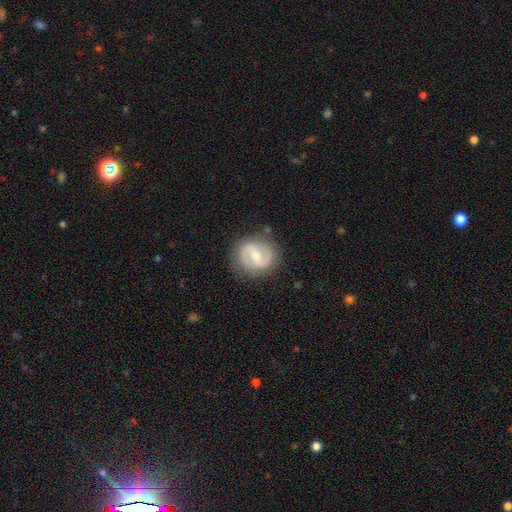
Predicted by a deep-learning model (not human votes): Smooth or featured? featured or disk (76%)
Edge-on disk? no (97%)
Bar? weak (47%)
Spiral arms? yes (78%)
Spiral winding? medium (49%)
Spiral arm count? 2 (86%)
Bulge size? moderate (63%)
Merging? none (82%)